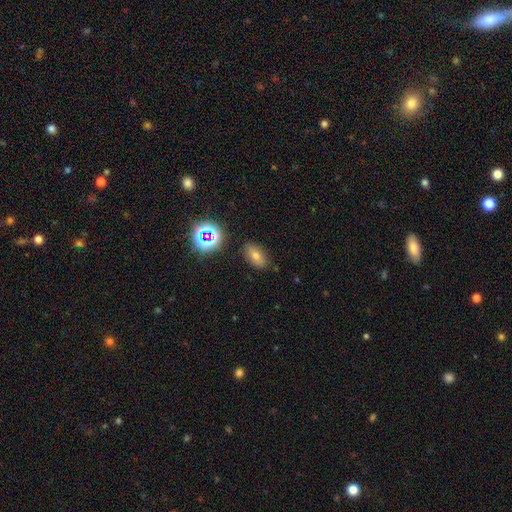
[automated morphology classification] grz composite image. It shows a smooth galaxy with no disk features (63%) that is in between round and cigar-shaped (85%). Merging: none (83%).